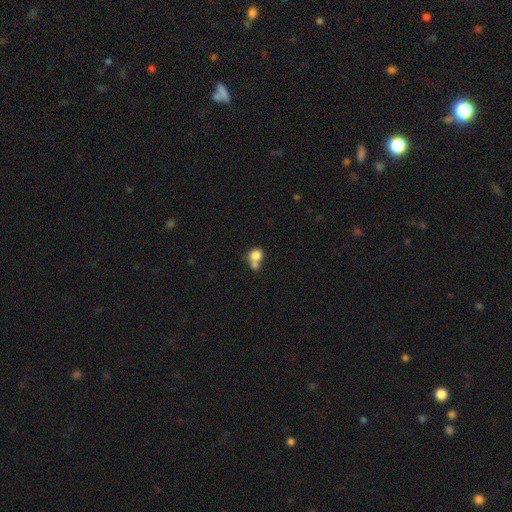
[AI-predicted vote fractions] Smooth or featured: smooth — 79% (featured or disk — 11%)
How rounded: round — 65% (in between — 34%)
Merging: merger — 56% (none — 31%)